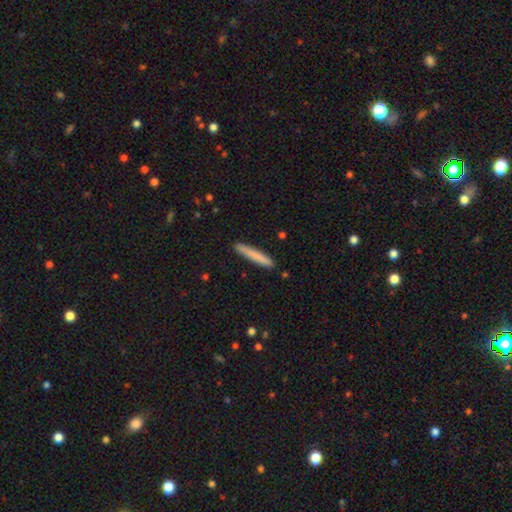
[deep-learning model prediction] A smooth galaxy with no disk features (79%) that is cigar-shaped (96%).

Vote fractions:
- Smooth or featured? smooth: 79% / featured or disk: 15% / star or artifact: 6%
- How rounded? cigar-shaped: 96% / in between: 3% / round: 1%
- Merging? none: 90% / minor disturbance: 8% / major disturbance: 1% / merger: 1%